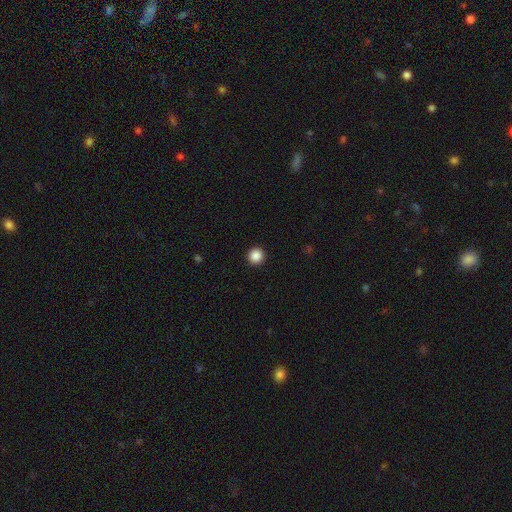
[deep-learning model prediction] This is clearly a smooth galaxy (88%). How rounded: clearly round (96%). Merging: clearly none (94%).